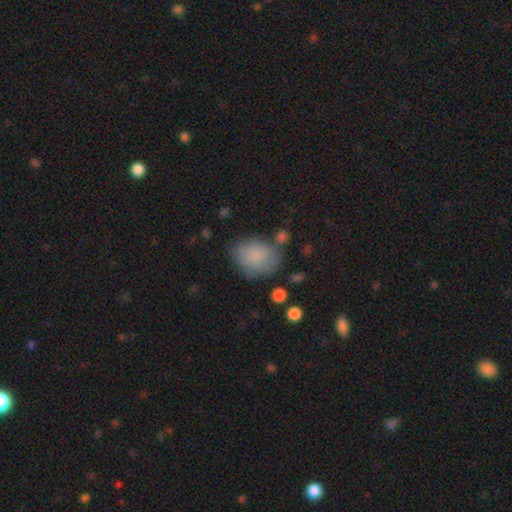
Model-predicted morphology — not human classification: type=smooth (81%); roundness=in between (51%); merging=none (62%).